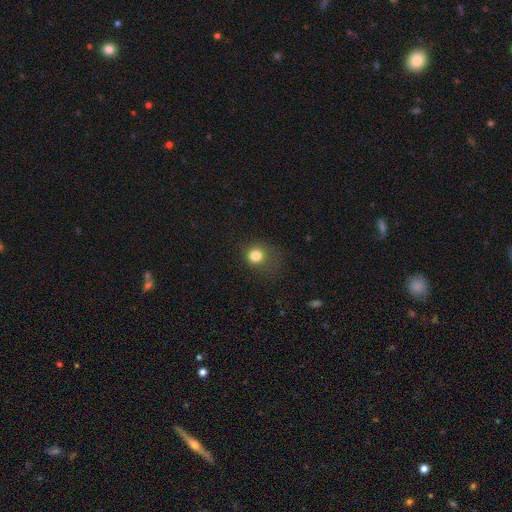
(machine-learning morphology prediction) Q: Smooth or featured?
A: smooth (80%); runner-up: star or artifact (14%)
Q: How rounded?
A: round (78%); runner-up: in between (21%)
Q: Merging?
A: none (60%); runner-up: minor disturbance (22%)